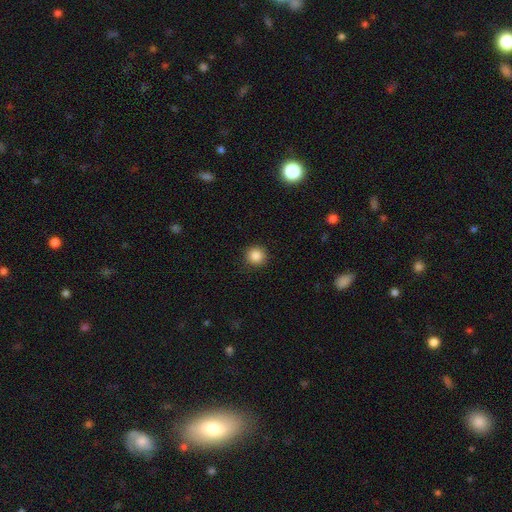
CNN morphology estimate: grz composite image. It shows a smooth galaxy with no disk features (87%) that is round (93%). Merging: none (90%).